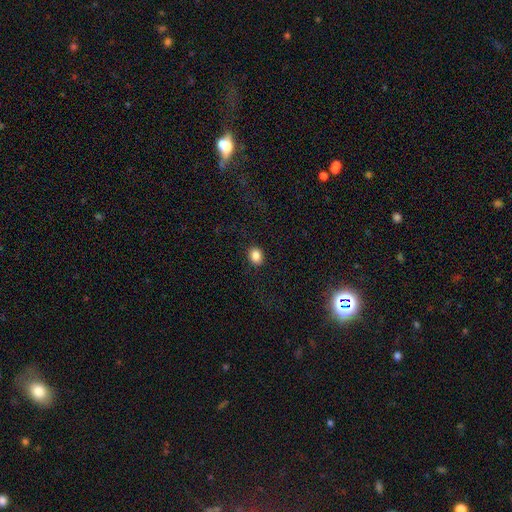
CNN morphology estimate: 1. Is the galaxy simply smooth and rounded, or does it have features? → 85% smooth, 10% star or artifact, 5% featured or disk.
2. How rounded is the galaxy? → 54% round, 45% in between, 1% cigar-shaped.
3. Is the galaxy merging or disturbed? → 89% none, 7% minor disturbance, 3% major disturbance, 1% merger.